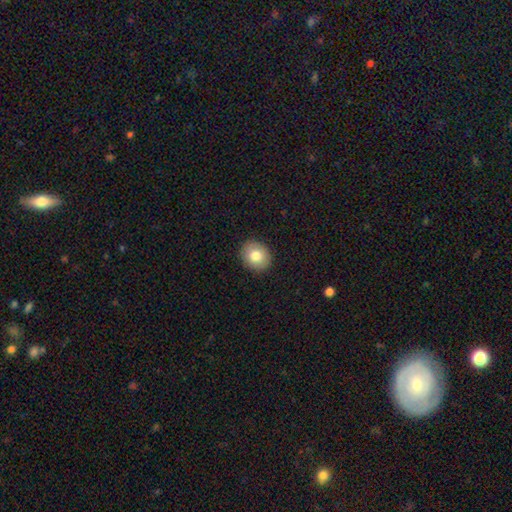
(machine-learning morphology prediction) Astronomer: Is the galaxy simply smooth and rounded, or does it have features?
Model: smooth — 80%.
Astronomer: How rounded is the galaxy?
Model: round — 67%.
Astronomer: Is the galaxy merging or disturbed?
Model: none — 91%.